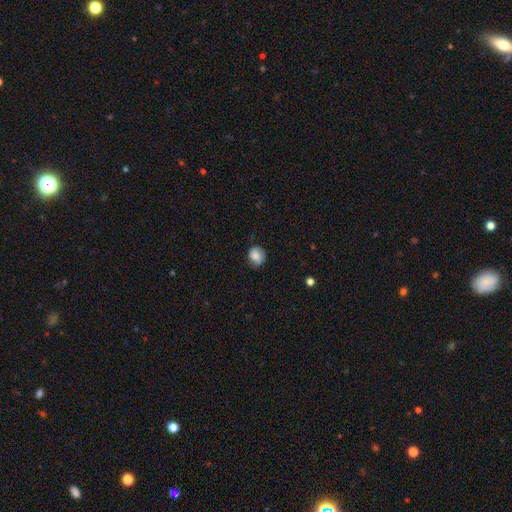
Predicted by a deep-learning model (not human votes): This is clearly a smooth galaxy (83%). How rounded: likely round (76%). Merging: likely none (76%).